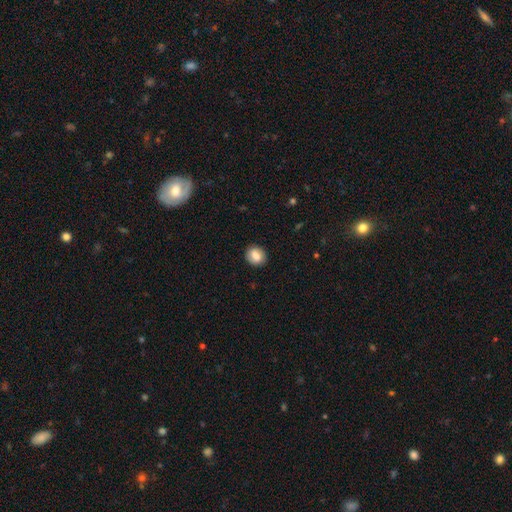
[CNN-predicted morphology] A smooth galaxy with no disk features (79%) that is round (71%).

Vote fractions:
- Smooth or featured? smooth: 79% / featured or disk: 13% / star or artifact: 8%
- How rounded? round: 71% / in between: 28% / cigar-shaped: 1%
- Merging? none: 89% / minor disturbance: 8% / major disturbance: 2% / merger: 1%